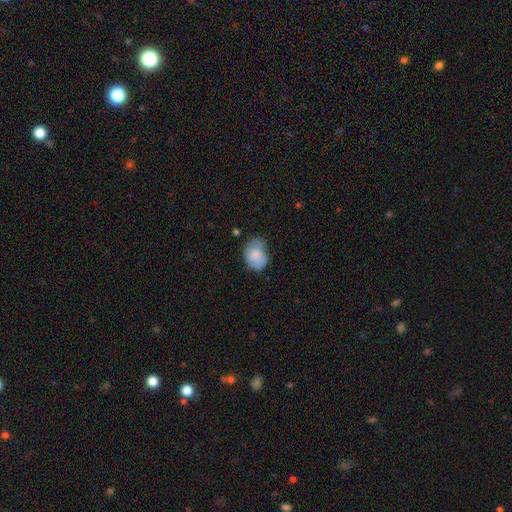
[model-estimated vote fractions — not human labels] Overall: smooth (69%). How rounded: in between (65%; round 34%). Merging: none (46%; minor disturbance 37%).